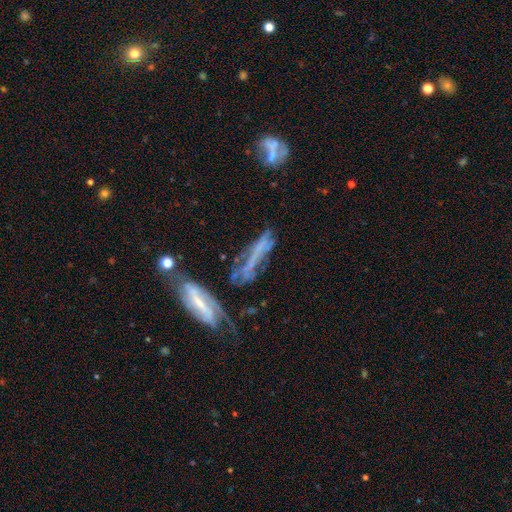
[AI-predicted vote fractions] The model was most divided on "edge-on disk": no: 56%, yes: 44%. Remaining: smooth or featured — featured or disk (53%); merging — none (40%).